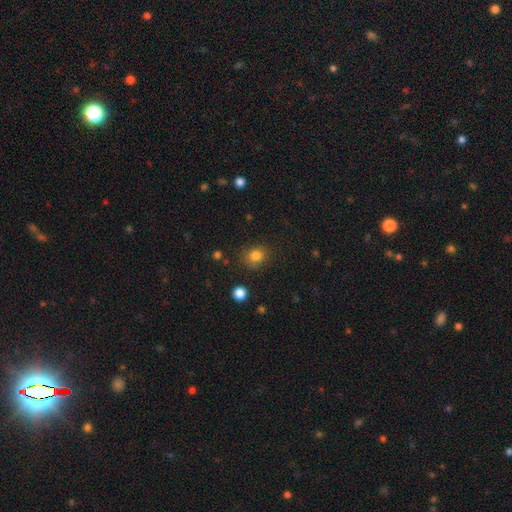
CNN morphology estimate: smooth-or-featured: smooth: 81% | star or artifact: 13% | featured or disk: 6%
  how-rounded: round: 68% | in between: 31% | cigar-shaped: 1%
  merging: none: 78% | minor disturbance: 14% | major disturbance: 4% | merger: 3%